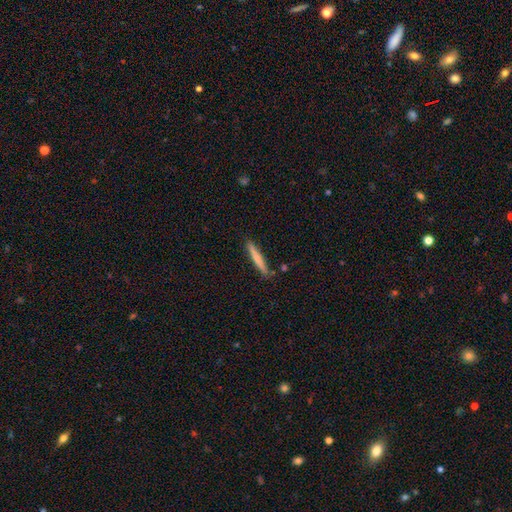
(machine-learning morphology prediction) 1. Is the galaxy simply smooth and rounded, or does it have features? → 62% smooth, 32% featured or disk, 6% star or artifact.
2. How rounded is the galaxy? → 95% cigar-shaped, 3% in between, 1% round.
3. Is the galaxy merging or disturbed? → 87% none, 9% minor disturbance, 2% merger, 2% major disturbance.